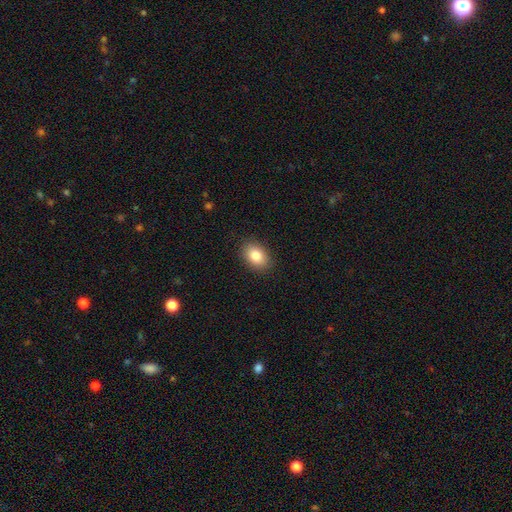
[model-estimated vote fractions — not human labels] smooth-or-featured: smooth: 84% | star or artifact: 8% | featured or disk: 8%
  how-rounded: in between: 80% | round: 19% | cigar-shaped: 1%
  merging: none: 88% | minor disturbance: 8% | major disturbance: 2% | merger: 1%